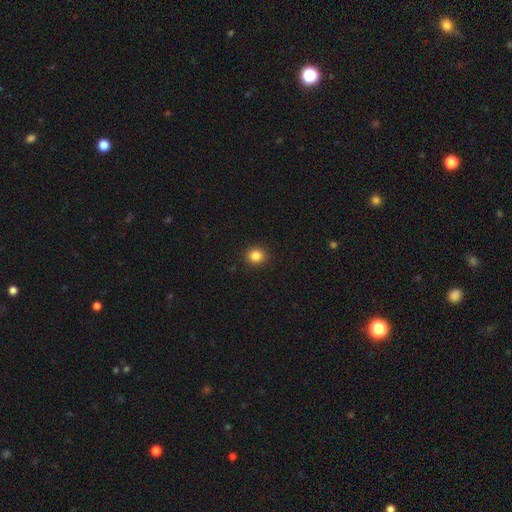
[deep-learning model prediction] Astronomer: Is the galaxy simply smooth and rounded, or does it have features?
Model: smooth — 85%.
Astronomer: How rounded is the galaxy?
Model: round — 87%.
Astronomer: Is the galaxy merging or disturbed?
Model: none — 91%.